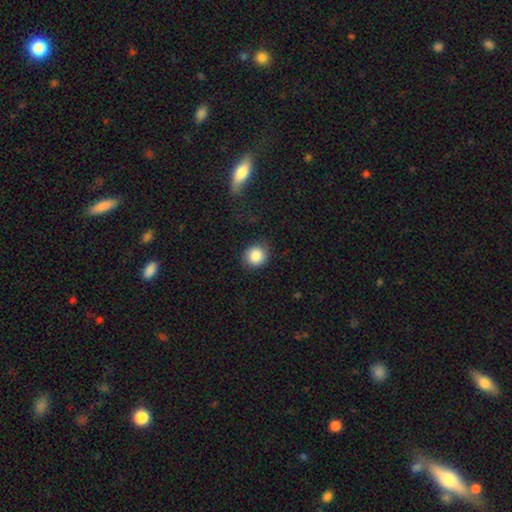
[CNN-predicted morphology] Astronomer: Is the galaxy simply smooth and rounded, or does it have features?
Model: smooth — 85%.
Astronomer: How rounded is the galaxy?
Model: round — 84%.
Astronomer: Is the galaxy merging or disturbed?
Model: none — 82%.